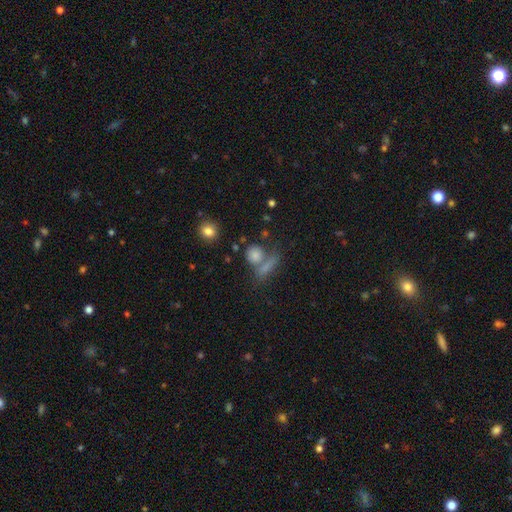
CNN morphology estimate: This is likely a smooth galaxy (69%). How rounded: possibly round (55%). Merging: possibly none (53%).